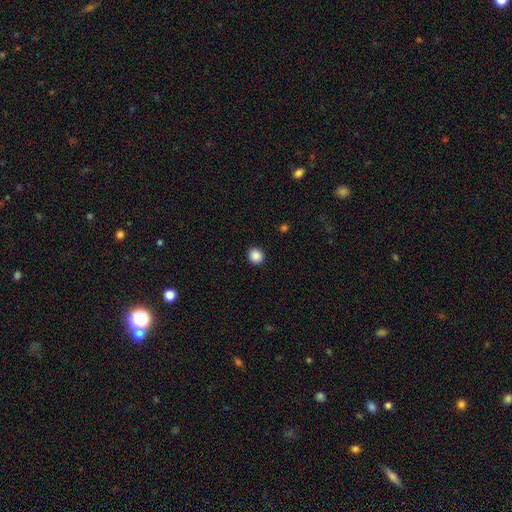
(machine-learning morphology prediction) smooth_or_featured: smooth (p=0.88) [alt: star or artifact p=0.09]
how_rounded: round (p=0.86) [alt: in between p=0.13]
merging: none (p=0.92) [alt: minor disturbance p=0.05]